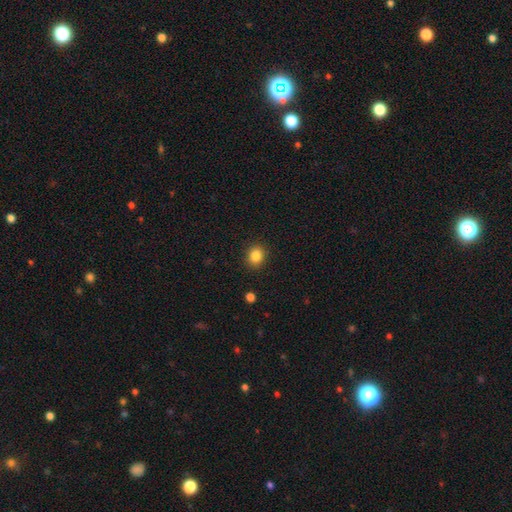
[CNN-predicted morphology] A smooth galaxy with no disk features (85%) that is round (71%).

Vote fractions:
- Smooth or featured? smooth: 85% / star or artifact: 11% / featured or disk: 5%
- How rounded? round: 71% / in between: 28% / cigar-shaped: 1%
- Merging? none: 90% / minor disturbance: 7% / major disturbance: 2% / merger: 1%